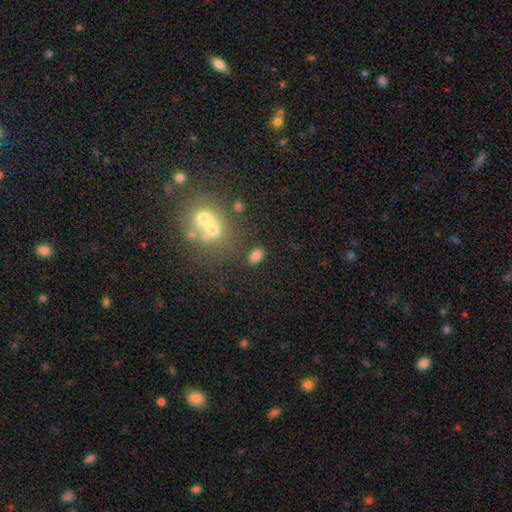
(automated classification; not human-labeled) smooth_or_featured: smooth (p=0.80) [alt: star or artifact p=0.12]
how_rounded: in between (p=0.87) [alt: round p=0.11]
merging: none (p=0.75) [alt: minor disturbance p=0.10]